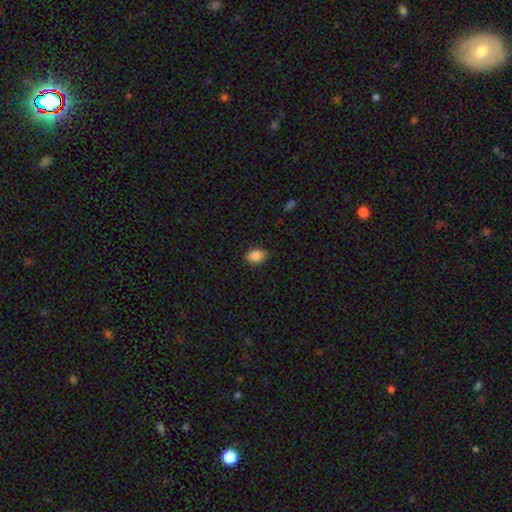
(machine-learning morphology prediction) A smooth galaxy with no disk features (87%) that is in between round and cigar-shaped (79%).

Vote fractions:
- Smooth or featured? smooth: 87% / star or artifact: 8% / featured or disk: 4%
- How rounded? in between: 79% / round: 19% / cigar-shaped: 1%
- Merging? none: 85% / minor disturbance: 12% / major disturbance: 2% / merger: 1%